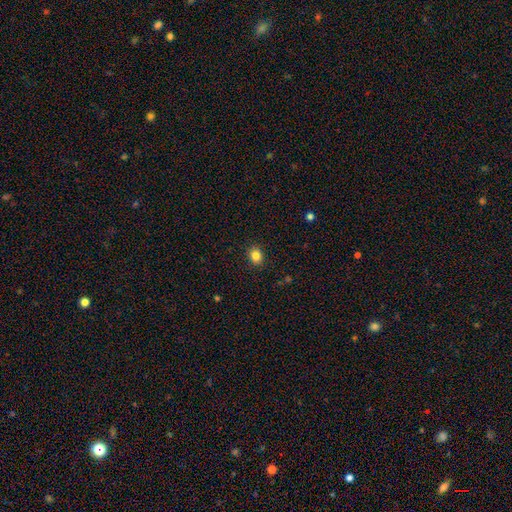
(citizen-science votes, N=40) Q: Smooth or featured?
A: smooth (92%); runner-up: star or artifact (8%)
Q: How rounded?
A: round (65%); runner-up: in between (35%)
Q: Merging?
A: none (92%); runner-up: minor disturbance (5%)